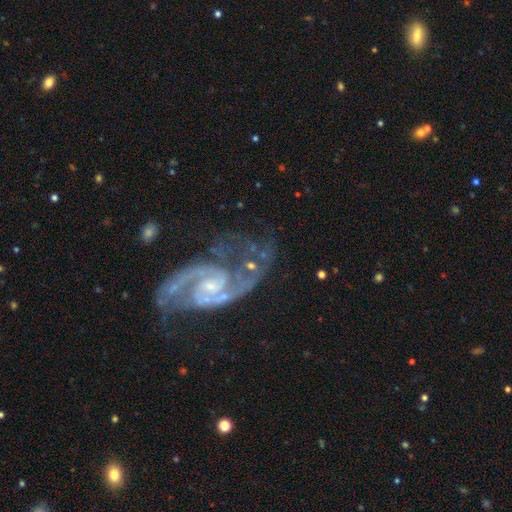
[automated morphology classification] Smooth or featured? featured or disk (92%)
Edge-on disk? no (98%)
Bar? weak (50%)
Spiral arms? yes (98%)
Spiral winding? medium (58%)
Spiral arm count? 2 (90%)
Bulge size? small (63%)
Merging? none (63%)